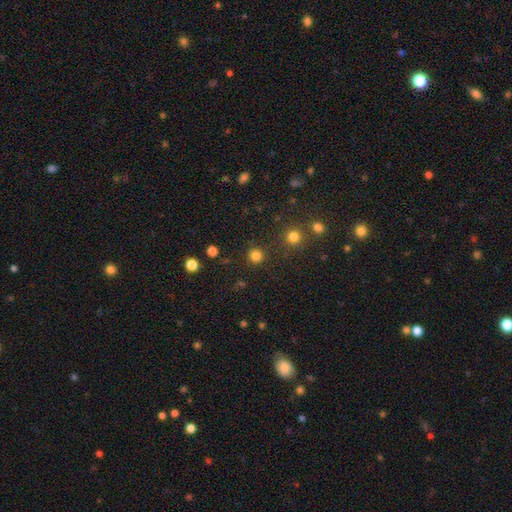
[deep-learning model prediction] Morphology: type=smooth (80%); roundness=round (94%); merging=none (88%).